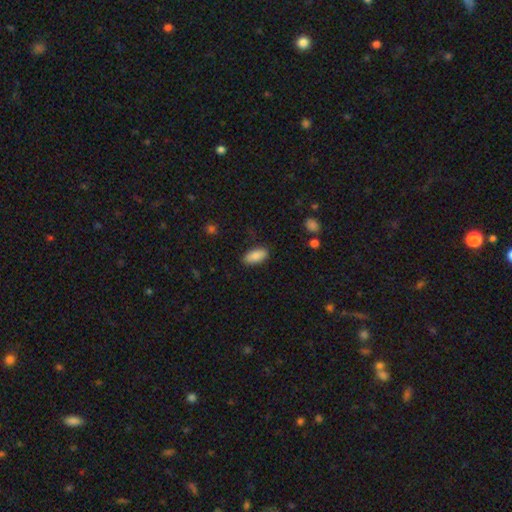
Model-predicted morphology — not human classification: This appears to be a smooth galaxy with no disk features (85%) that is in between round and cigar-shaped (90%). Merging: none (85%).